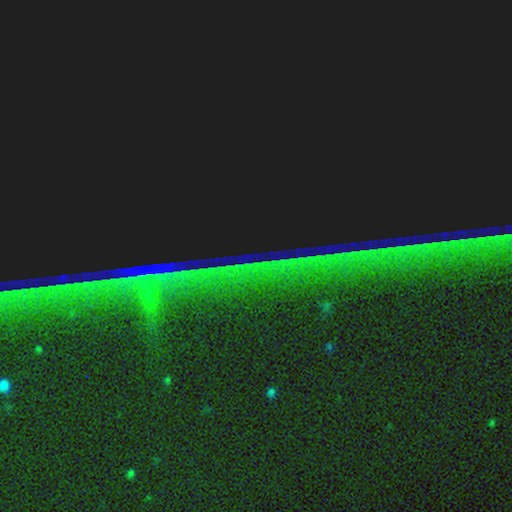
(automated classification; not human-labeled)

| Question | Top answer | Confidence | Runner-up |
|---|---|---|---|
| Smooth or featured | star or artifact | 85% | featured or disk (8%) |